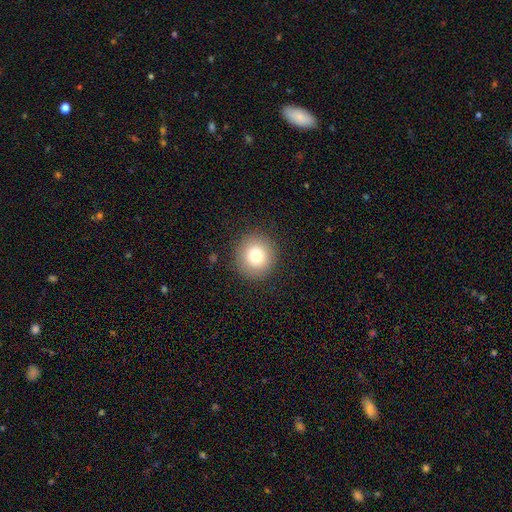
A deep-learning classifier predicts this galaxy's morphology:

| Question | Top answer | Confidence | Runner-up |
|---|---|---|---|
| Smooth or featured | smooth | 78% | star or artifact (11%) |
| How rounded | round | 94% | in between (5%) |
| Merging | none | 90% | minor disturbance (6%) |